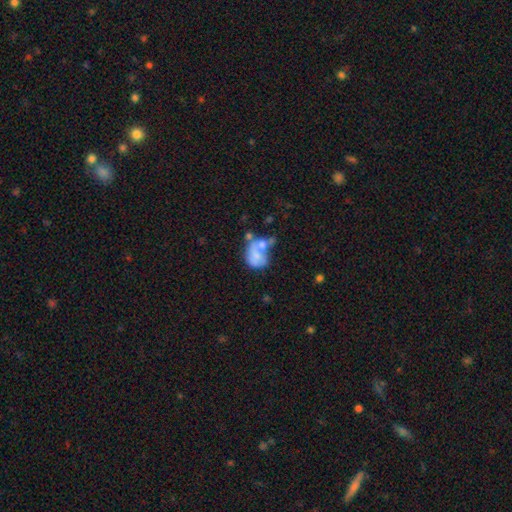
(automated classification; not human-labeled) Morphology: type=smooth (55%); roundness=in between (63%); merging=merger (48%).